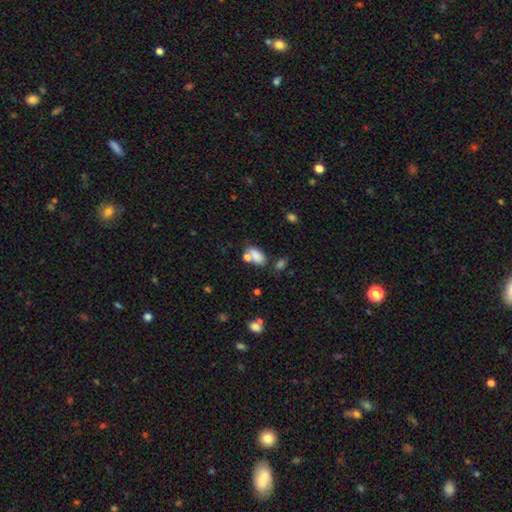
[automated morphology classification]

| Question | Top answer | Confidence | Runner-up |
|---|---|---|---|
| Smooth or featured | smooth | 79% | featured or disk (11%) |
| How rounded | in between | 89% | round (8%) |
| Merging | none | 42% | merger (36%) |